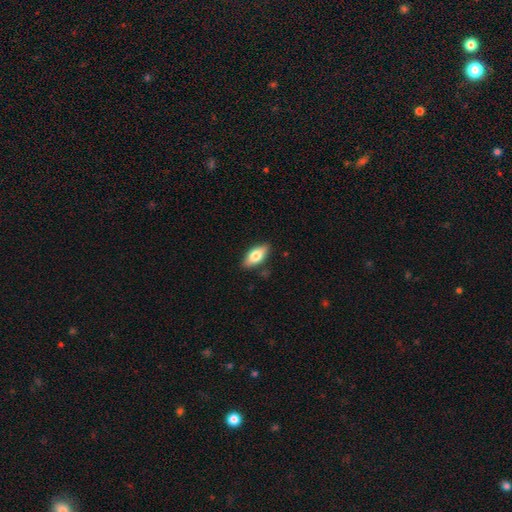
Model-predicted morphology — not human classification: Q: Smooth or featured?
A: smooth (72%); runner-up: featured or disk (22%)
Q: How rounded?
A: in between (85%); runner-up: cigar-shaped (12%)
Q: Merging?
A: none (85%); runner-up: minor disturbance (11%)